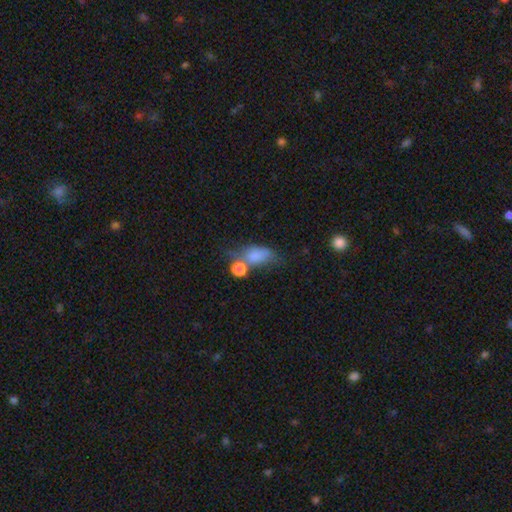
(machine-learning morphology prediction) This appears to be a smooth galaxy with no disk features (76%) that is in between round and cigar-shaped (79%). Merging: merger (38%).